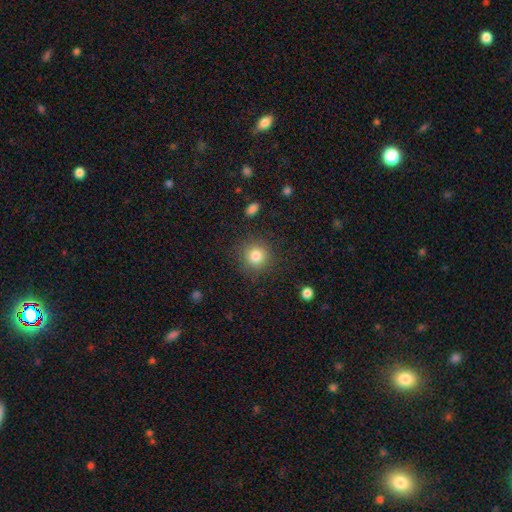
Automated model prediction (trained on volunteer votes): Smooth or featured? smooth (83%)
How rounded? round (92%)
Merging? none (88%)